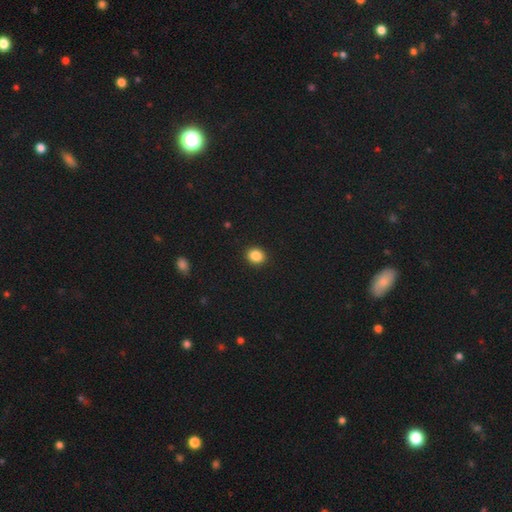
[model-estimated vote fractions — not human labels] Smooth or featured?
  - smooth: 86% *
  - star or artifact: 10%
  - featured or disk: 4%
How rounded?
  - round: 71% *
  - in between: 28%
  - cigar-shaped: 1%
Merging?
  - none: 92% *
  - minor disturbance: 5%
  - major disturbance: 2%
  - merger: 1%